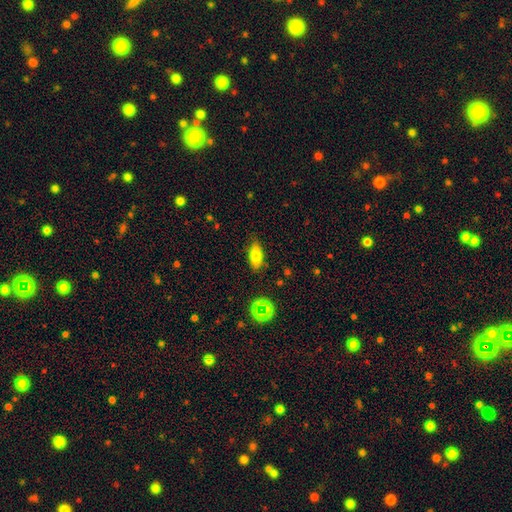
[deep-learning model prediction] The model was most divided on "smooth or featured": smooth: 75%, featured or disk: 14%, star or artifact: 11%. More confident: merging — none (83%); how rounded — in between (79%).